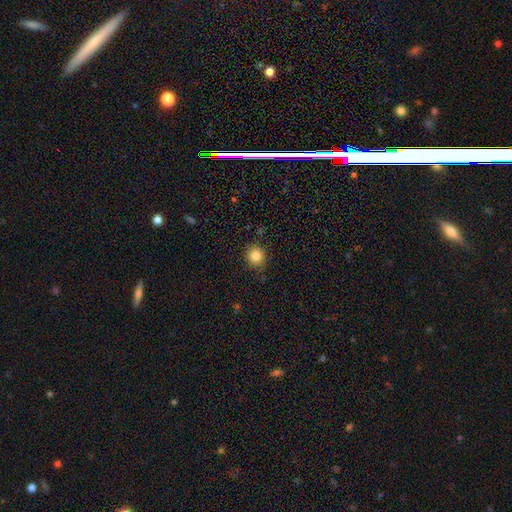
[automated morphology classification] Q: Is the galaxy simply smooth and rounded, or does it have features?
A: smooth — 84%.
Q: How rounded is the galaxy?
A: round — 88%.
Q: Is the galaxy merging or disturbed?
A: none — 87%.